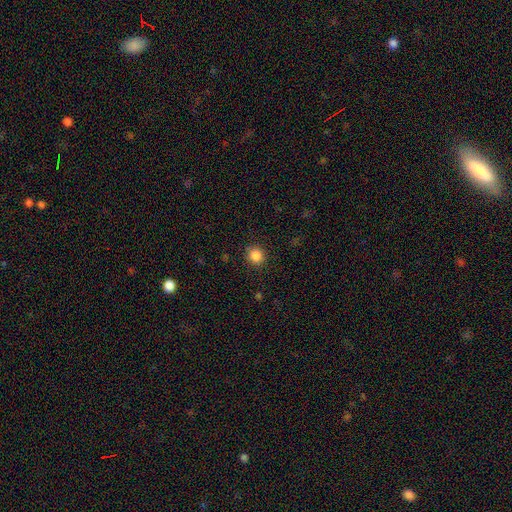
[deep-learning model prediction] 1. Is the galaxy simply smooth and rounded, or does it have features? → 86% smooth, 11% star or artifact, 3% featured or disk.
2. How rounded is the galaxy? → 88% round, 11% in between, 1% cigar-shaped.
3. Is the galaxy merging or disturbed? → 89% none, 8% minor disturbance, 3% major disturbance, 1% merger.